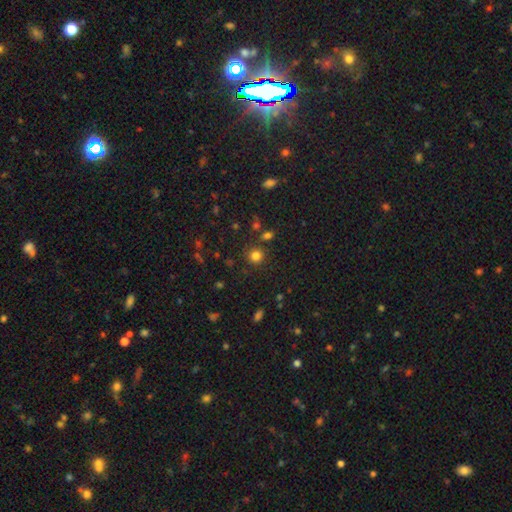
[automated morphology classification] smooth_or_featured: smooth (p=0.78) [alt: star or artifact p=0.16]
how_rounded: round (p=0.90) [alt: in between p=0.09]
merging: none (p=0.84) [alt: minor disturbance p=0.08]